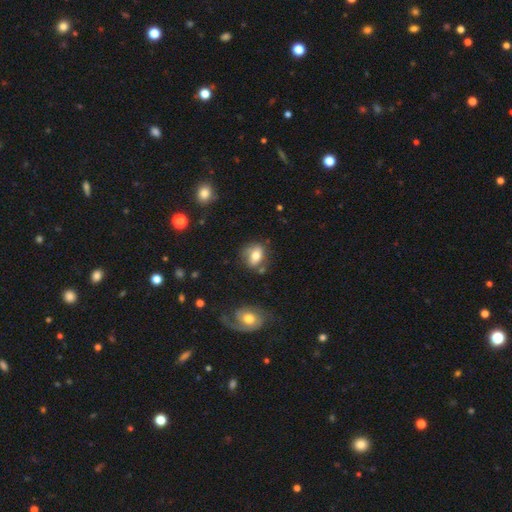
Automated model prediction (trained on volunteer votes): smooth-or-featured: smooth: 66% | featured or disk: 25% | star or artifact: 9%
  how-rounded: in between: 61% | round: 37% | cigar-shaped: 2%
  merging: none: 59% | minor disturbance: 24% | merger: 9% | major disturbance: 9%